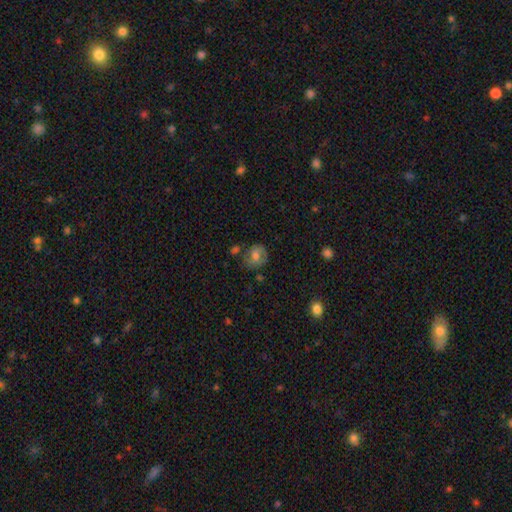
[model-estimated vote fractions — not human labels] This appears to be a smooth galaxy with no disk features (59%) that is round (64%). Merging: none (62%).